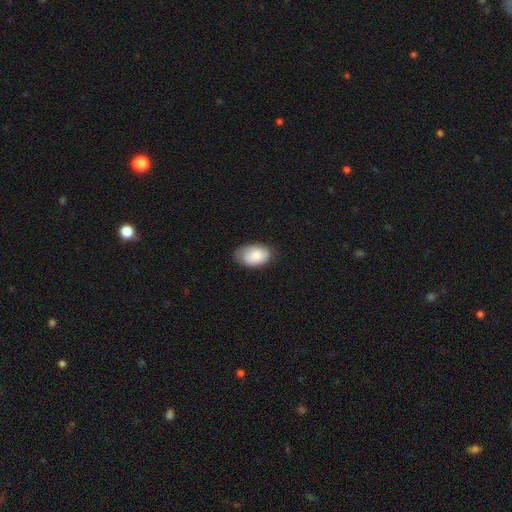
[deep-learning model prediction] smooth-or-featured: smooth: 81% | featured or disk: 13% | star or artifact: 7%
  how-rounded: in between: 91% | round: 8% | cigar-shaped: 1%
  merging: none: 70% | minor disturbance: 25% | major disturbance: 5% | merger: 1%